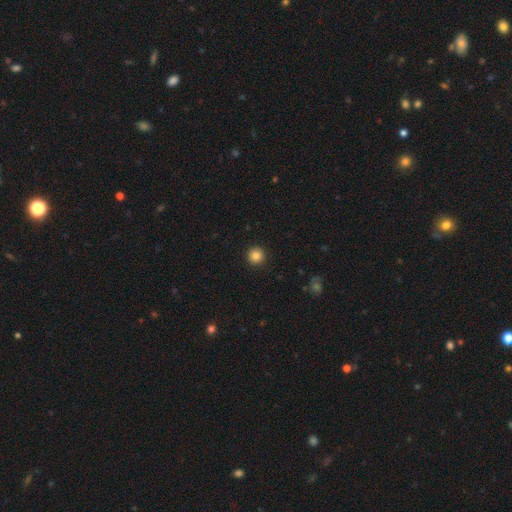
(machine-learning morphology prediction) smooth 85%, star or artifact 11%, featured or disk 4%. Down the decision tree: how rounded — round (96%); merging — none (93%).